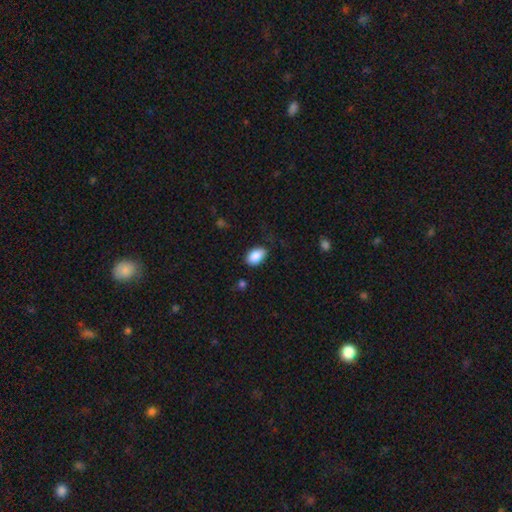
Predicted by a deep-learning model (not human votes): Smooth or featured? Predicted: smooth (p=0.88). How rounded? Predicted: in between (p=0.89). Merging? Predicted: none (p=0.75).